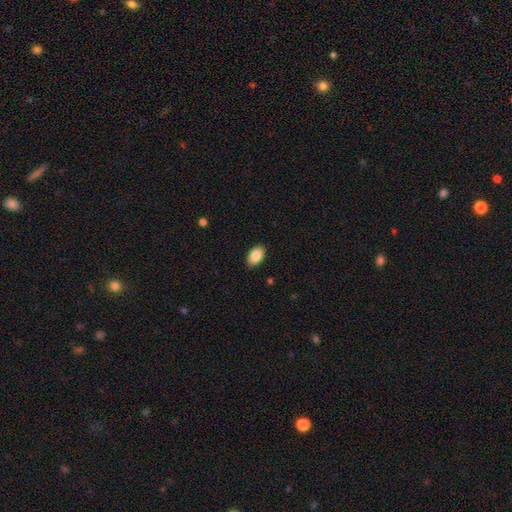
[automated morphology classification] A smooth galaxy with no disk features (88%) that is in between round and cigar-shaped (93%).

Vote fractions:
- Smooth or featured? smooth: 88% / star or artifact: 7% / featured or disk: 6%
- How rounded? in between: 93% / round: 5% / cigar-shaped: 1%
- Merging? none: 89% / minor disturbance: 8% / major disturbance: 2% / merger: 1%